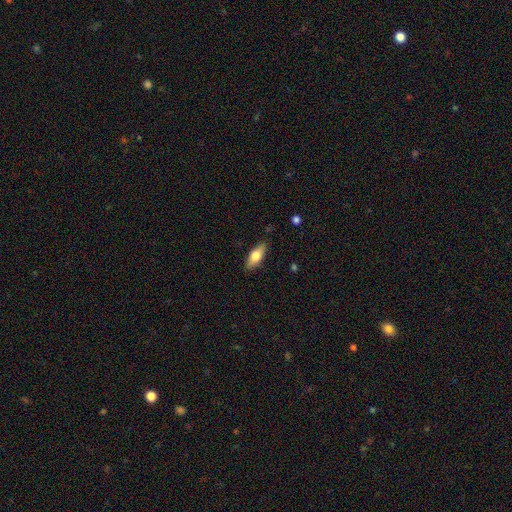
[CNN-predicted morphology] This is likely a smooth galaxy (68%). How rounded: likely in between (75%). Merging: clearly none (85%).